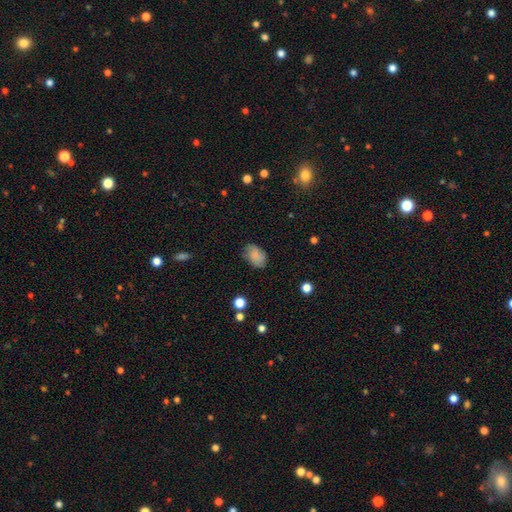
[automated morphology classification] This is clearly a smooth galaxy (83%). How rounded: clearly in between (84%). Merging: likely none (72%).